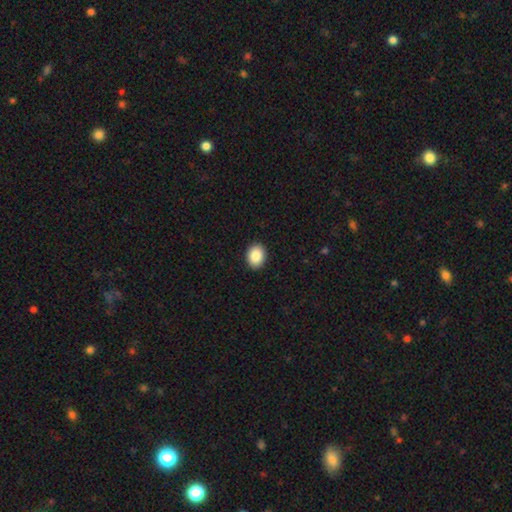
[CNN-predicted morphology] Q: Smooth or featured?
A: smooth (88%); runner-up: star or artifact (8%)
Q: How rounded?
A: in between (59%); runner-up: round (40%)
Q: Merging?
A: none (91%); runner-up: minor disturbance (6%)